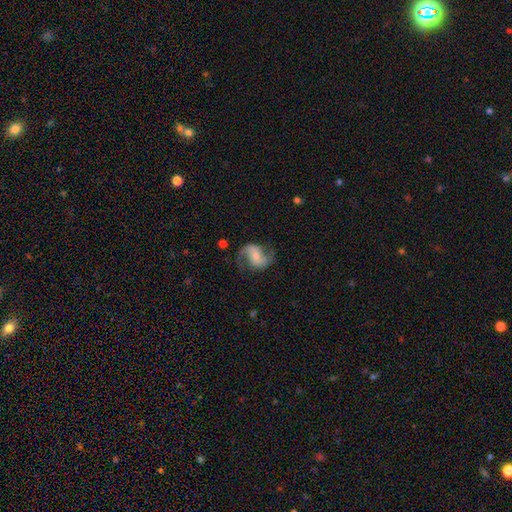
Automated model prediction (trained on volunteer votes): Smooth or featured?
  - featured or disk: 80% *
  - smooth: 14%
  - star or artifact: 6%
Edge-on disk?
  - no: 98% *
  - yes: 2%
Bar?
  - weak: 42% *
  - no: 36%
  - strong: 22%
Spiral arms?
  - yes: 94% *
  - no: 6%
Spiral winding?
  - loose: 48% *
  - medium: 42%
  - tight: 10%
Spiral arm count?
  - 2: 90% *
  - 1: 4%
  - can't tell: 3%
  - 3: 1%
  - 4: 1%
  - more than 4: 1%
Bulge size?
  - small: 45% * (tied)
  - moderate: 45% * (tied)
  - large: 5%
  - none: 4%
  - dominant: 1%
Merging?
  - none: 71% *
  - minor disturbance: 16%
  - major disturbance: 11%
  - merger: 2%